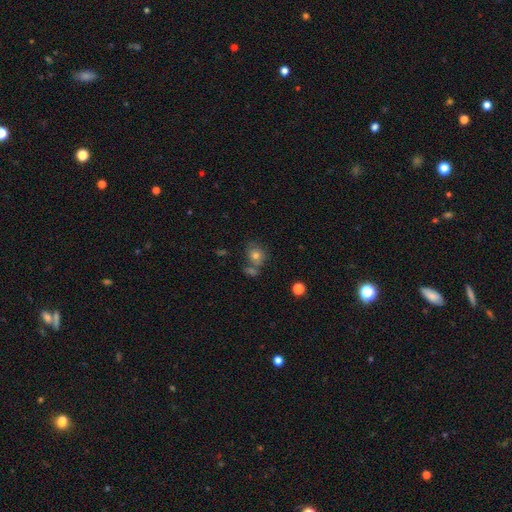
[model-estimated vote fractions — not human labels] This appears to be a smooth galaxy with no disk features (74%) that is round (69%). Merging: none (55%).